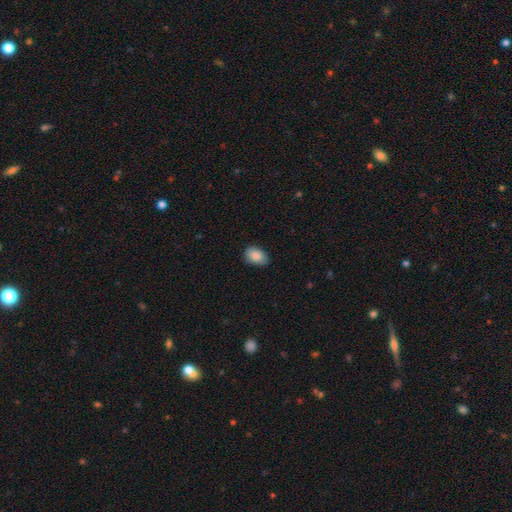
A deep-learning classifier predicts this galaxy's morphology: Q: Smooth or featured?
A: smooth (86%); runner-up: star or artifact (7%)
Q: How rounded?
A: in between (82%); runner-up: round (17%)
Q: Merging?
A: none (82%); runner-up: minor disturbance (15%)